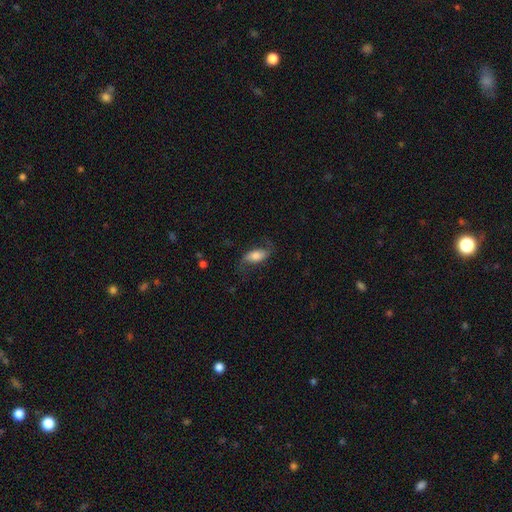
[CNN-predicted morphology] Smooth or featured: smooth — 47% (featured or disk — 45%)
Merging: none — 66% (minor disturbance — 20%)